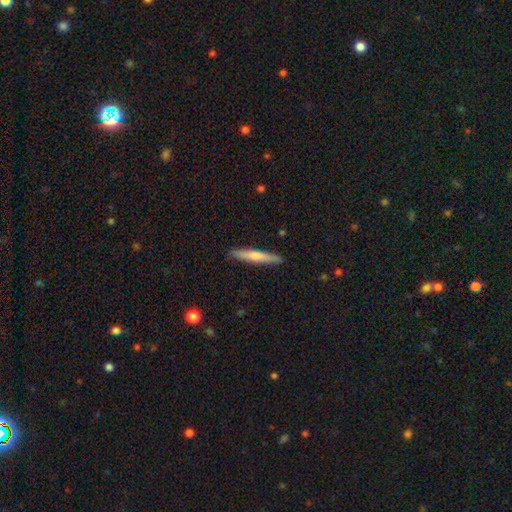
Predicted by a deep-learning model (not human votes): Smooth or featured?
  - smooth: 66% *
  - featured or disk: 29%
  - star or artifact: 5%
How rounded?
  - cigar-shaped: 94% *
  - in between: 5%
  - round: 1%
Merging?
  - none: 90% *
  - minor disturbance: 7%
  - major disturbance: 1%
  - merger: 1%